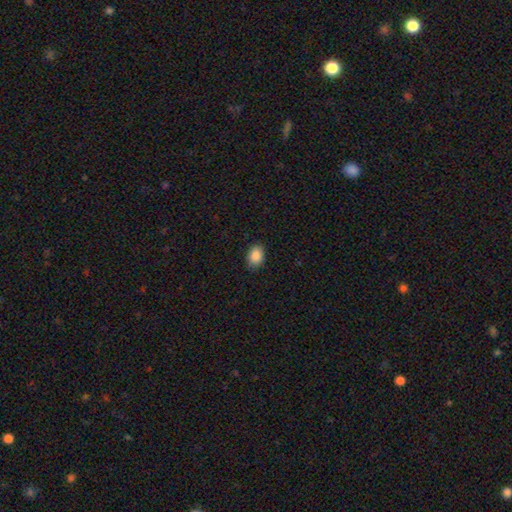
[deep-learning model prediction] Smooth or featured: smooth — 89% (star or artifact — 8%)
How rounded: in between — 75% (round — 24%)
Merging: none — 87% (minor disturbance — 10%)